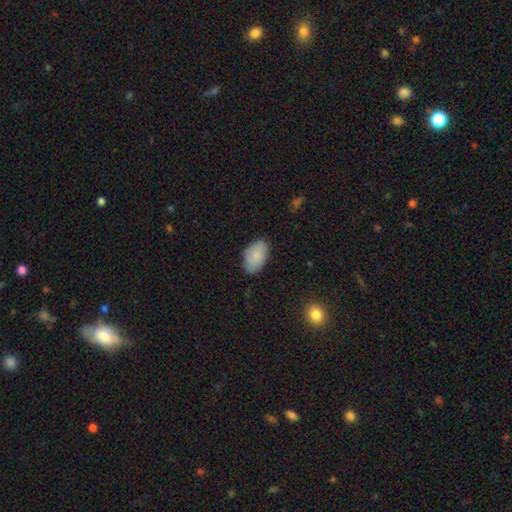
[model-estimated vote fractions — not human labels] Overall: smooth (82%). How rounded: in between (92%). Merging: none (78%).